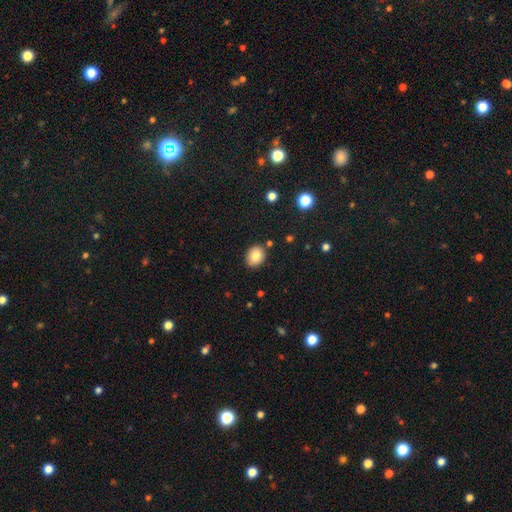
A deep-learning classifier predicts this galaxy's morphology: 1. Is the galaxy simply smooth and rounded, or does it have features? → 82% smooth, 9% star or artifact, 9% featured or disk.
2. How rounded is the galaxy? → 51% in between, 48% round, 1% cigar-shaped.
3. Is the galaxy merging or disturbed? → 86% none, 9% minor disturbance, 2% merger, 2% major disturbance.